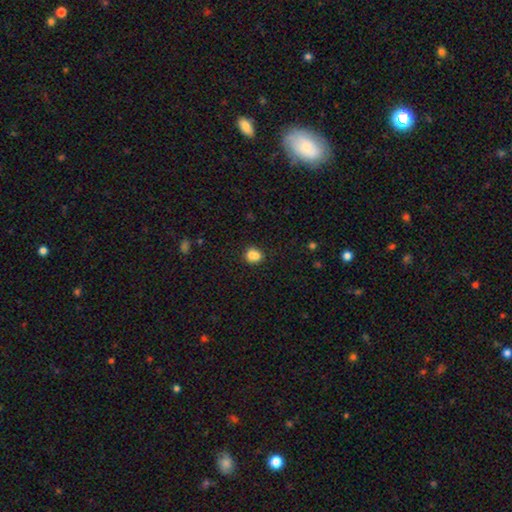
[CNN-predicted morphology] This appears to be a smooth galaxy with no disk features (77%) that is round (65%). Merging: none (45%).